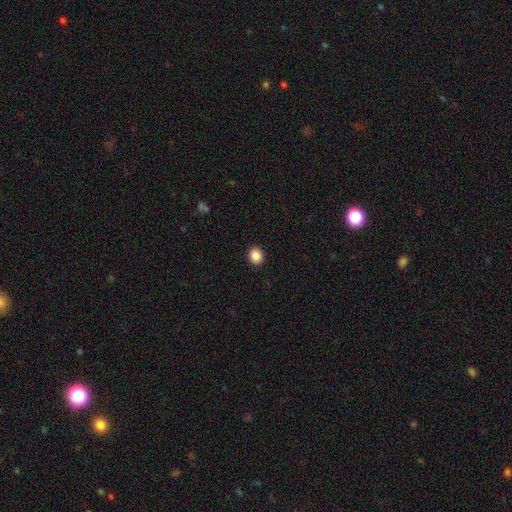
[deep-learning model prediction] A smooth galaxy with no disk features (88%) that is round (63%).

Vote fractions:
- Smooth or featured? smooth: 88% / star or artifact: 9% / featured or disk: 3%
- How rounded? round: 63% / in between: 36% / cigar-shaped: 1%
- Merging? none: 92% / minor disturbance: 6% / major disturbance: 2% / merger: 1%